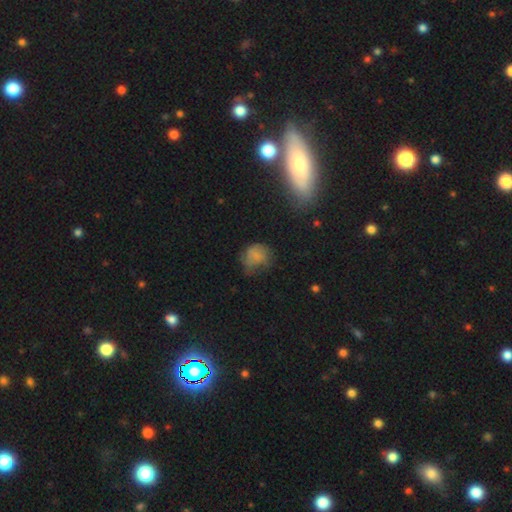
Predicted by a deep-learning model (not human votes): smooth_or_featured: smooth (p=0.63) [alt: featured or disk p=0.23]
how_rounded: round (p=0.62) [alt: in between p=0.36]
merging: none (p=0.39) [alt: minor disturbance p=0.31]